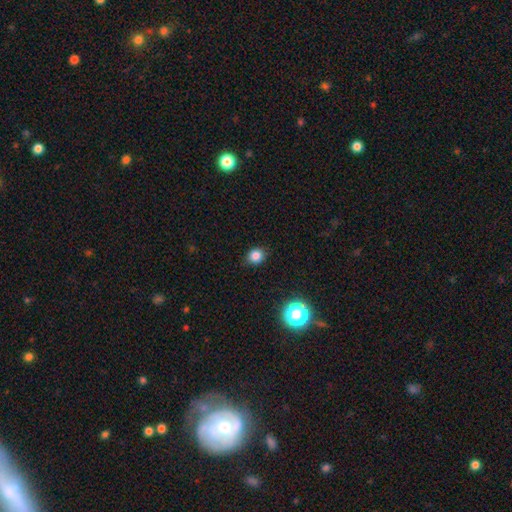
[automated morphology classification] smooth-or-featured: smooth: 82% | star or artifact: 14% | featured or disk: 5%
  how-rounded: round: 73% | in between: 26% | cigar-shaped: 1%
  merging: none: 86% | minor disturbance: 10% | major disturbance: 2% | merger: 1%